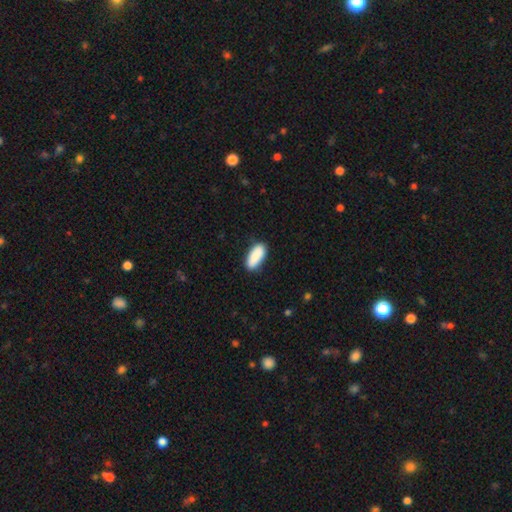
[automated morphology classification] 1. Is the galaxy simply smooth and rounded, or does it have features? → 89% smooth, 6% star or artifact, 5% featured or disk.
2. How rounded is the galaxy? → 82% in between, 16% cigar-shaped, 2% round.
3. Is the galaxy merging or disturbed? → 85% none, 12% minor disturbance, 2% major disturbance, 1% merger.